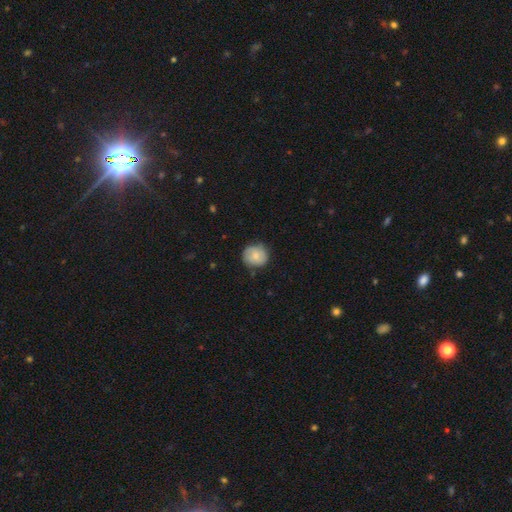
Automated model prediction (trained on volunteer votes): Q: Smooth or featured?
A: smooth (71%); runner-up: featured or disk (22%)
Q: How rounded?
A: round (87%); runner-up: in between (12%)
Q: Merging?
A: none (76%); runner-up: minor disturbance (19%)